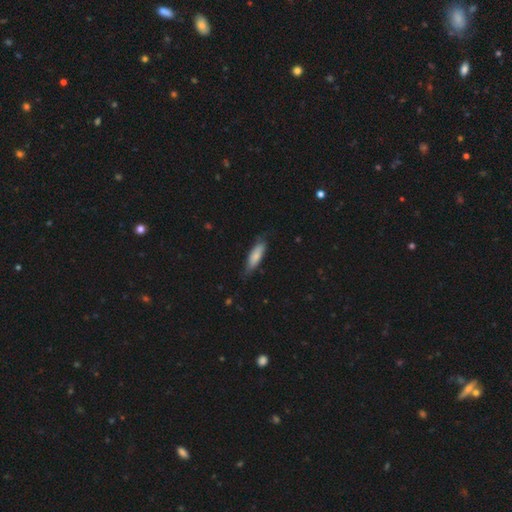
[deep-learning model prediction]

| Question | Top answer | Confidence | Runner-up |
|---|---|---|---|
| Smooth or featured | smooth | 78% | featured or disk (16%) |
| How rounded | cigar-shaped | 56% | in between (42%) |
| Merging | none | 70% | minor disturbance (24%) |